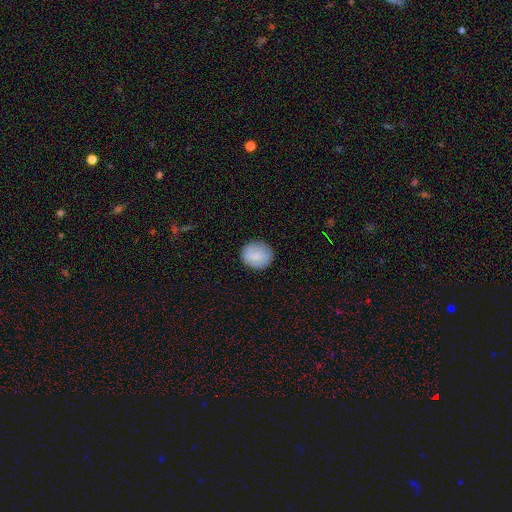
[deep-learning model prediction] smooth 78%, featured or disk 15%, star or artifact 7%. Down the decision tree: how rounded — round (83%); merging — none (87%).